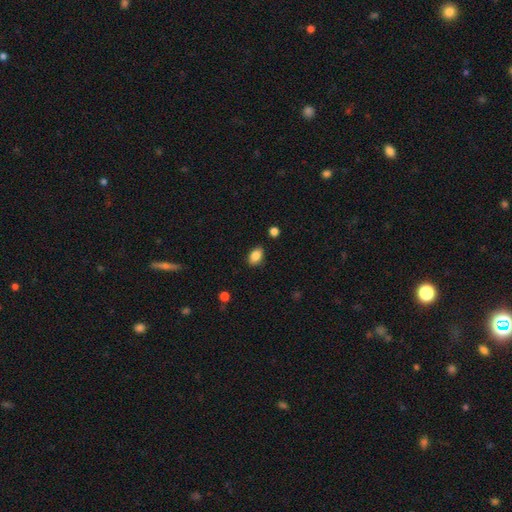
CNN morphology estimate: A smooth galaxy with no disk features (86%) that is in between round and cigar-shaped (83%). Merging: none (85%).